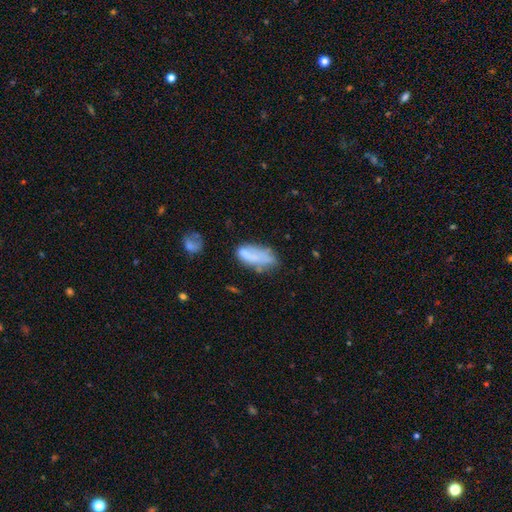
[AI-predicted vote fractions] Overall: smooth (60%; featured or disk 28%). How rounded: in between (78%). Merging: none (46%; minor disturbance 28%).